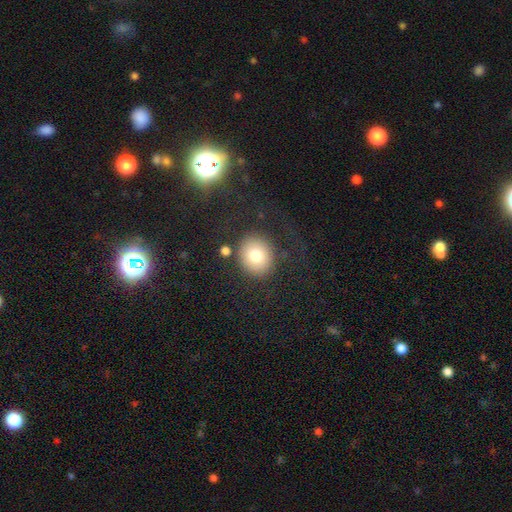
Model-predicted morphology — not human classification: Smooth or featured?
  - smooth: 77% *
  - featured or disk: 12%
  - star or artifact: 11%
How rounded?
  - round: 76% *
  - in between: 23%
  - cigar-shaped: 1%
Merging?
  - none: 78% *
  - minor disturbance: 11%
  - major disturbance: 7%
  - merger: 4%